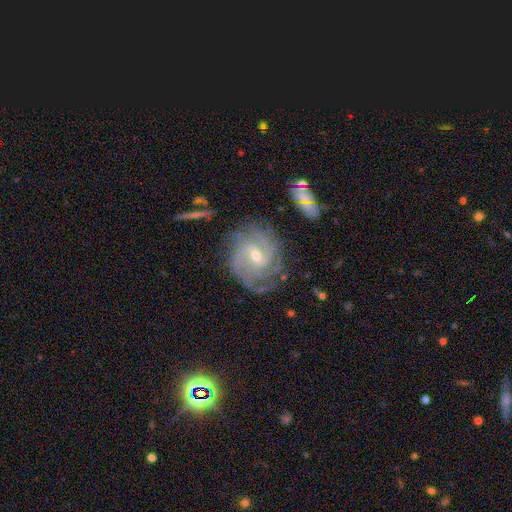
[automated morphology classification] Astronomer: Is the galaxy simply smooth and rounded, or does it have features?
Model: featured or disk — 88%.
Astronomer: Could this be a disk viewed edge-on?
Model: no — 97%.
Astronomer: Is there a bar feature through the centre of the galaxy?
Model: weak — 51% (runner-up: no, 34%).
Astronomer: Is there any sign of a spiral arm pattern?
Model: yes — 97%.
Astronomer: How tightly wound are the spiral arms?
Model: tight — 59%.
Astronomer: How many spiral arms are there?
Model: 3 — 24%, tied with can't tell at 24%.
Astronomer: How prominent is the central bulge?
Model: small — 58% (runner-up: moderate, 39%).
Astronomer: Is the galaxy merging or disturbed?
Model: none — 72%.